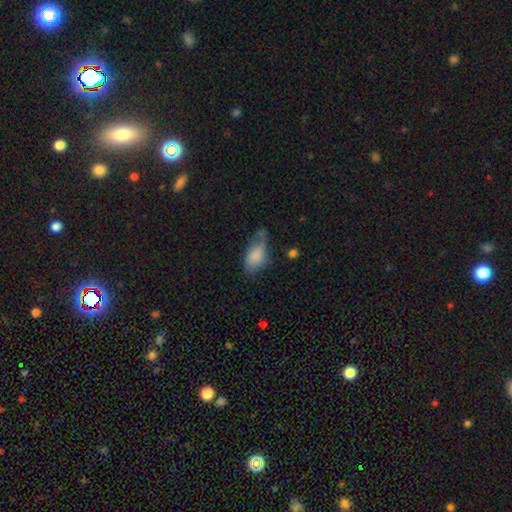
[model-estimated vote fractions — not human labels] A smooth galaxy with no disk features (74%) that is in between round and cigar-shaped (92%).

Vote fractions:
- Smooth or featured? smooth: 74% / featured or disk: 18% / star or artifact: 8%
- How rounded? in between: 92% / round: 5% / cigar-shaped: 3%
- Merging? minor disturbance: 35% / none: 32% / major disturbance: 27% / merger: 6%